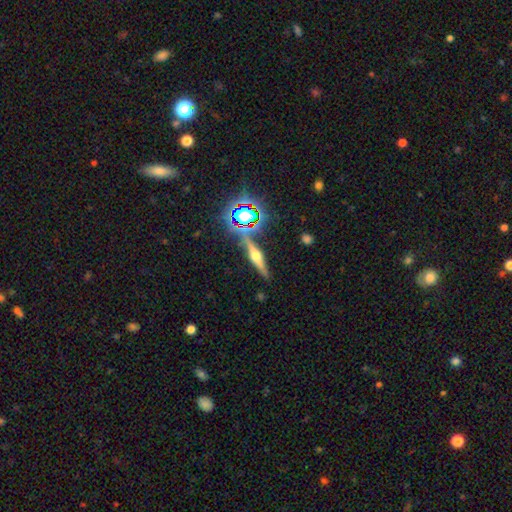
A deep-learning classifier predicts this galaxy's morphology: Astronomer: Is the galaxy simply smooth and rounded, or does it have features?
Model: featured or disk — 69%.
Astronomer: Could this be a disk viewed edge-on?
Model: yes — 96%.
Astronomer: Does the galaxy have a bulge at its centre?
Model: rounded — 93%.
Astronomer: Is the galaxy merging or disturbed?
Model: none — 85%.